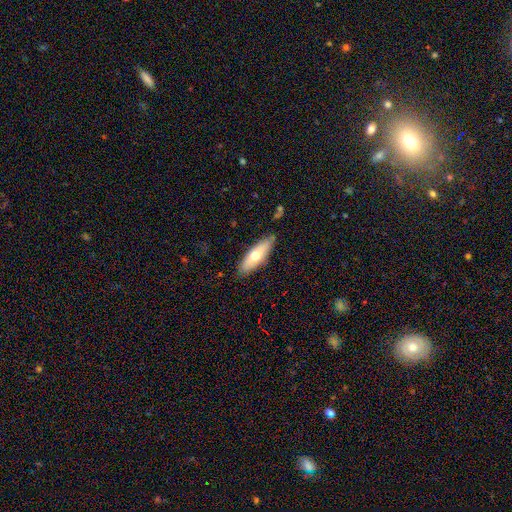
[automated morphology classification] smooth_or_featured: smooth (p=0.62) [alt: featured or disk p=0.31]
how_rounded: in between (p=0.54) [alt: cigar-shaped p=0.44]
merging: none (p=0.83) [alt: minor disturbance p=0.13]